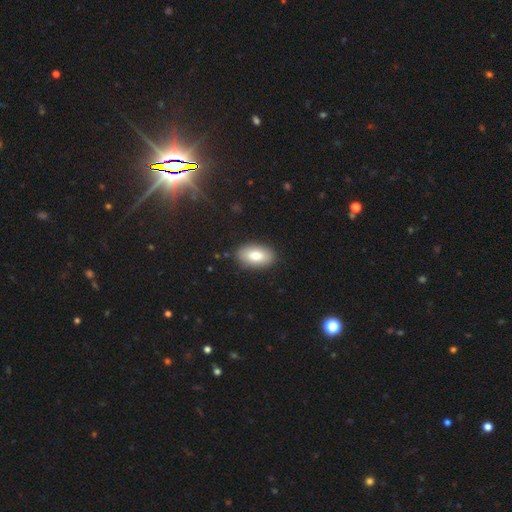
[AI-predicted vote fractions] Smooth or featured?
  - smooth: 80% *
  - featured or disk: 13%
  - star or artifact: 7%
How rounded?
  - in between: 93% *
  - round: 5%
  - cigar-shaped: 2%
Merging?
  - none: 87% *
  - minor disturbance: 9%
  - major disturbance: 2%
  - merger: 1%